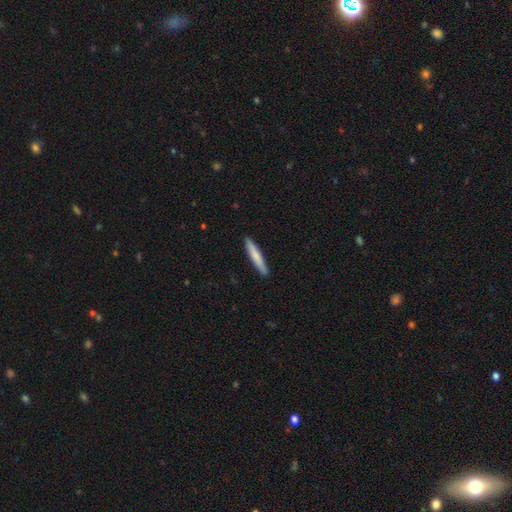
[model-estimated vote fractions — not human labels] This is likely a smooth galaxy (76%). How rounded: clearly cigar-shaped (94%). Merging: clearly none (91%).